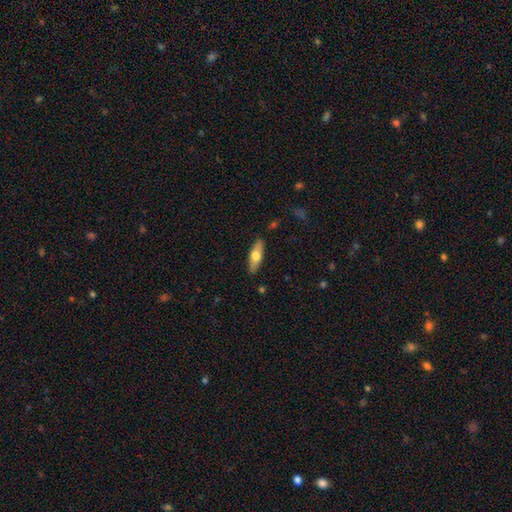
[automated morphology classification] smooth-or-featured: smooth: 58% | featured or disk: 37% | star or artifact: 6%
  how-rounded: in between: 52% | cigar-shaped: 46% | round: 2%
  merging: none: 88% | minor disturbance: 9% | major disturbance: 2% | merger: 1%